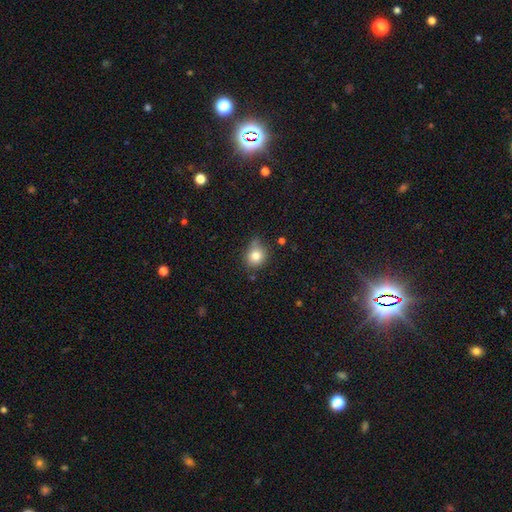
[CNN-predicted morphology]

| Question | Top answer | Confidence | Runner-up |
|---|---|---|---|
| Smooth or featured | smooth | 80% | star or artifact (11%) |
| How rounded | round | 78% | in between (21%) |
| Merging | none | 63% | minor disturbance (24%) |